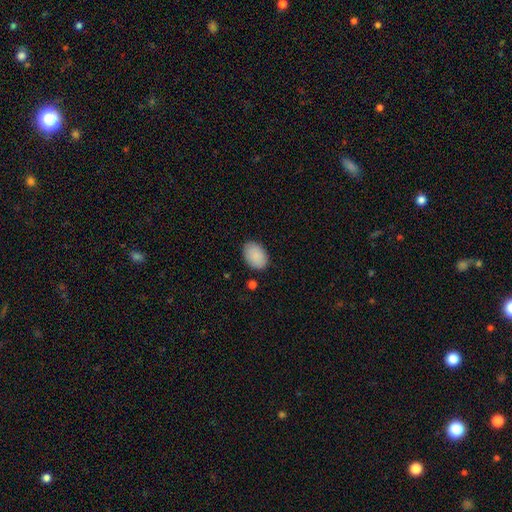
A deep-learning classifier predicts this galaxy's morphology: A smooth galaxy with no disk features (90%) that is in between round and cigar-shaped (88%). Merging: none (86%).